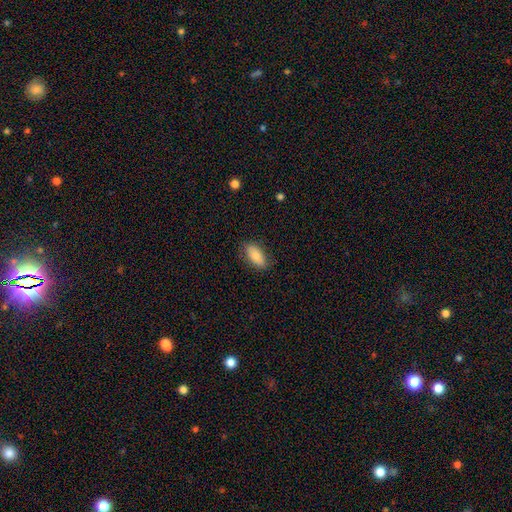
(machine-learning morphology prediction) smooth_or_featured: smooth (p=0.79) [alt: featured or disk p=0.14]
how_rounded: in between (p=0.89) [alt: cigar-shaped p=0.08]
merging: none (p=0.81) [alt: minor disturbance p=0.15]